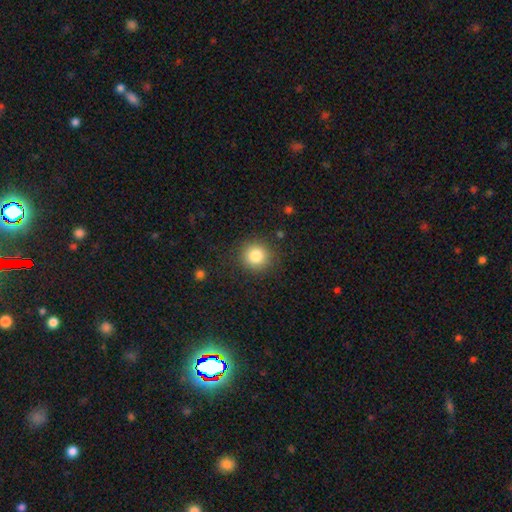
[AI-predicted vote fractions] Overall: smooth (83%). How rounded: round (93%). Merging: none (88%).